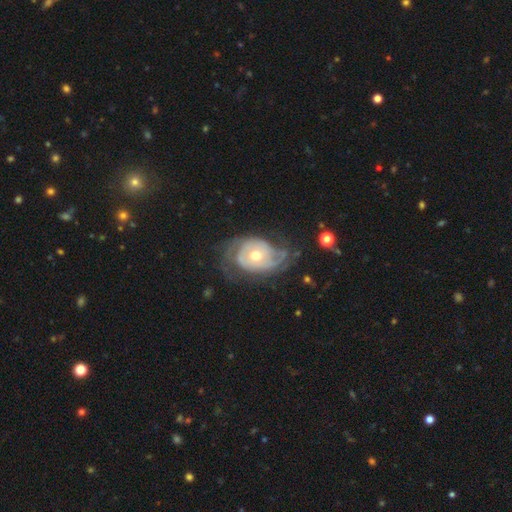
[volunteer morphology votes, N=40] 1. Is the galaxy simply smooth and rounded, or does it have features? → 85% featured or disk, 10% smooth, 5% star or artifact.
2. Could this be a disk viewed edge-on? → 97% no, 3% yes.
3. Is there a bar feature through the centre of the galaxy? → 79% no, 18% weak, 3% strong.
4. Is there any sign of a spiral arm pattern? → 82% yes, 18% no.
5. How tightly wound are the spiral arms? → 41% tight, 37% medium, 22% loose.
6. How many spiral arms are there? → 41% 1, 26% can't tell, 19% 2, 11% 4, 4% more than 4, 0% 3.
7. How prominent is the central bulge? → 82% moderate, 12% small, 3% dominant, 3% large, 0% none.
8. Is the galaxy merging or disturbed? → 37% none, 34% major disturbance, 29% minor disturbance, 0% merger.